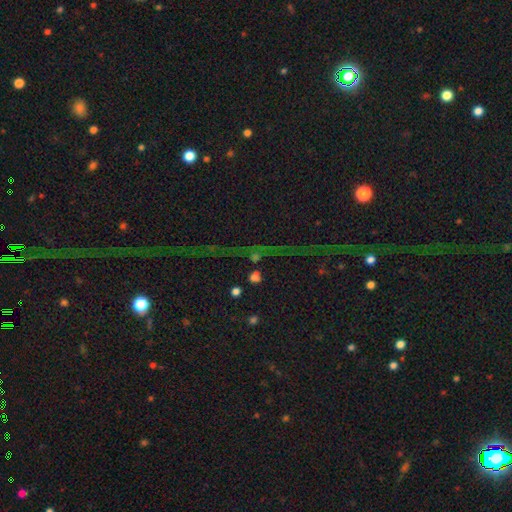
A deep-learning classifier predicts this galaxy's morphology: Smooth or featured? star or artifact (67%)